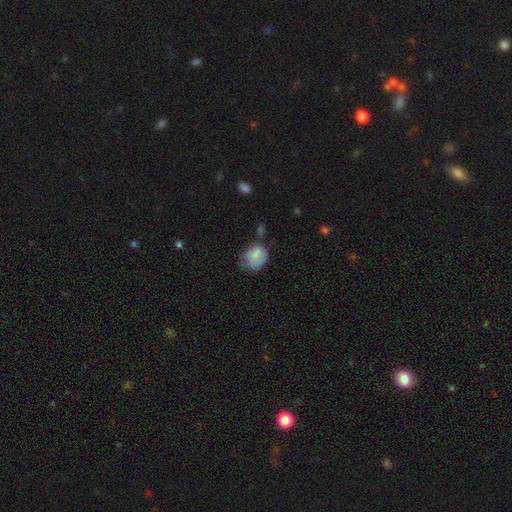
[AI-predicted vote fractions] The model was most divided on "merging": none: 48%, minor disturbance: 33%, major disturbance: 12%, merger: 6%. More confident: smooth or featured — smooth (82%); how rounded — round (62%).